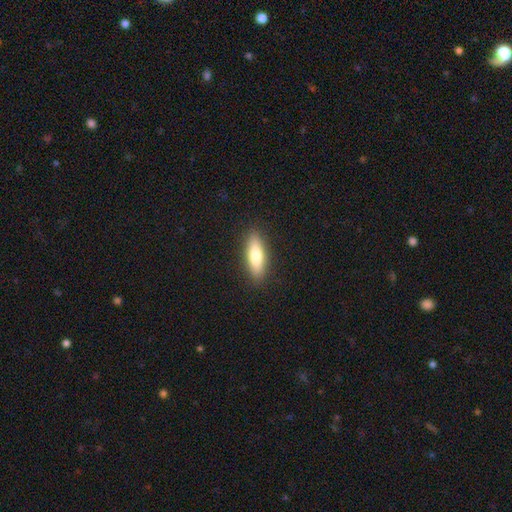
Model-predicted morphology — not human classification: Overall: smooth (73%). How rounded: cigar-shaped (51%; in between 47%). Merging: none (89%).